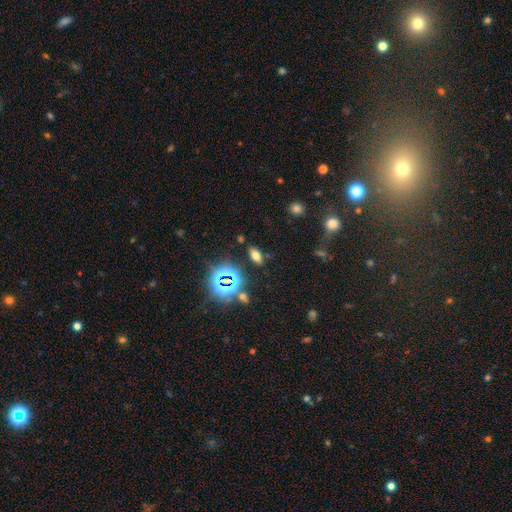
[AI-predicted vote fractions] smooth_or_featured: smooth (p=0.58) [alt: star or artifact p=0.30]
how_rounded: in between (p=0.82) [alt: cigar-shaped p=0.09]
merging: none (p=0.85) [alt: minor disturbance p=0.09]